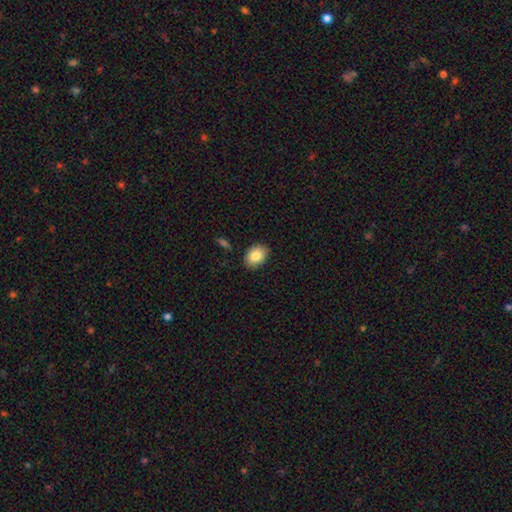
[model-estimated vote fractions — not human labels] Overall: smooth (85%). How rounded: in between (73%). Merging: none (88%).